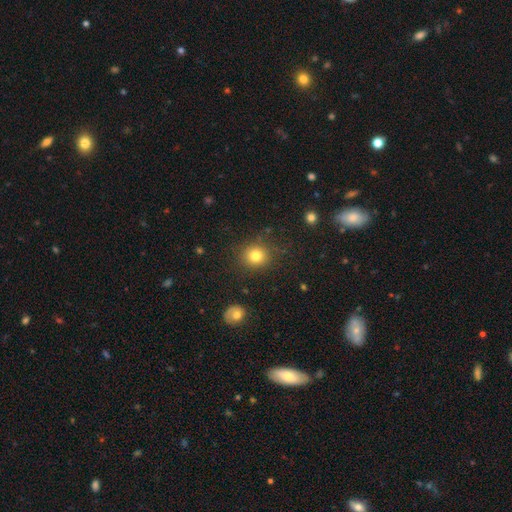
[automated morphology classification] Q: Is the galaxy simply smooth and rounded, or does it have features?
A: smooth — 81%.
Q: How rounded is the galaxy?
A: round — 81%.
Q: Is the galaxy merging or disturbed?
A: none — 84%.